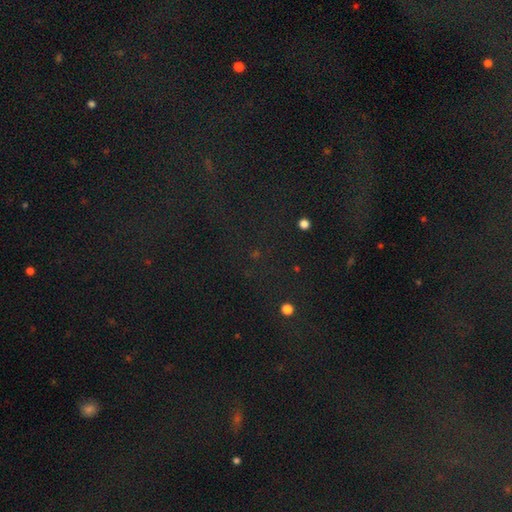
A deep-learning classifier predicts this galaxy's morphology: Smooth or featured: star or artifact — 80% (smooth — 11%)